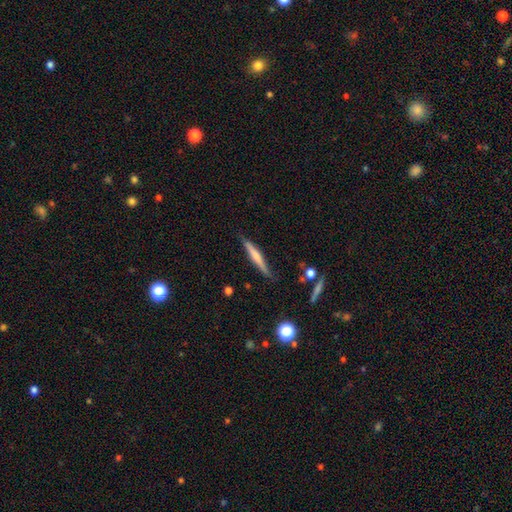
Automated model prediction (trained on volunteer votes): Q: Smooth or featured?
A: smooth (49%); runner-up: featured or disk (45%)
Q: Merging?
A: none (83%); runner-up: minor disturbance (13%)